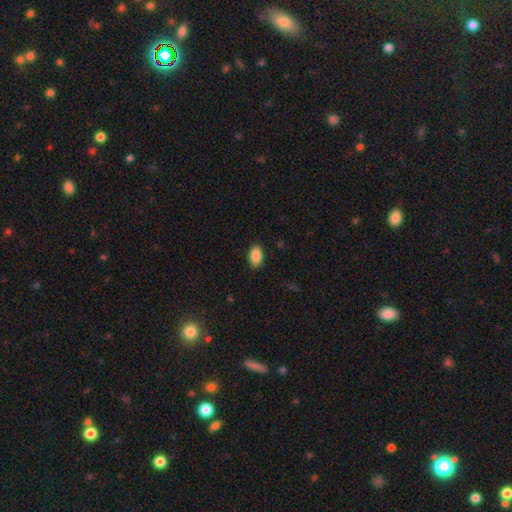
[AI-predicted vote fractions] smooth_or_featured: smooth (p=0.88) [alt: star or artifact p=0.08]
how_rounded: in between (p=0.92) [alt: round p=0.07]
merging: none (p=0.88) [alt: minor disturbance p=0.09]